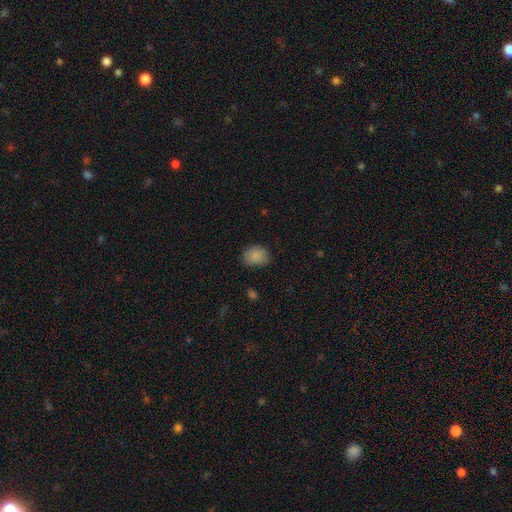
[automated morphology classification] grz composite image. It shows a smooth galaxy with no disk features (86%) that is in between round and cigar-shaped (54%). Merging: none (75%).